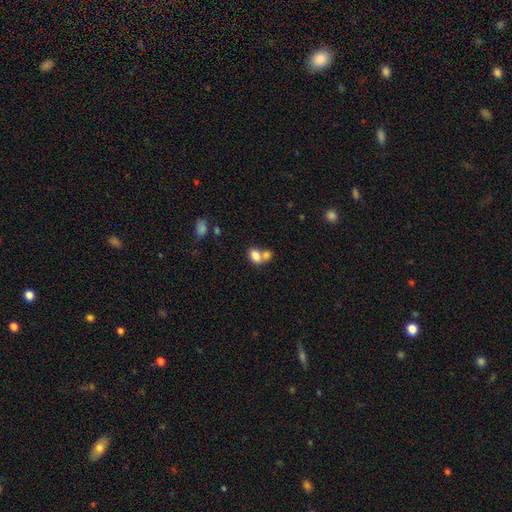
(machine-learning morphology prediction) The model was most divided on "merging": merger: 58%, none: 30%, minor disturbance: 8%, major disturbance: 4%. More confident: smooth or featured — smooth (79%); how rounded — in between (73%).